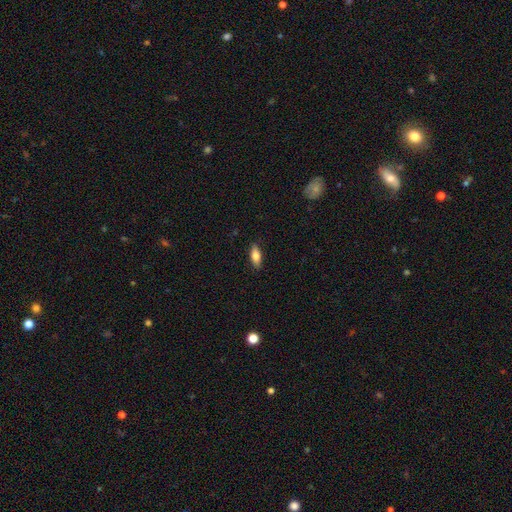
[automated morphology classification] Q: Smooth or featured?
A: smooth (76%); runner-up: featured or disk (18%)
Q: How rounded?
A: in between (74%); runner-up: cigar-shaped (24%)
Q: Merging?
A: none (87%); runner-up: minor disturbance (10%)